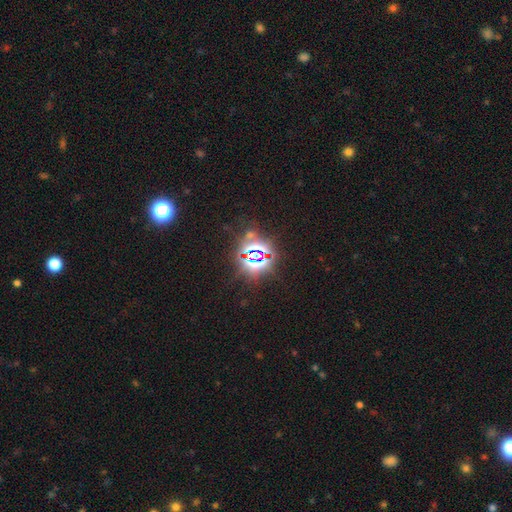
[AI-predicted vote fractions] star or artifact 81%, smooth 11%, featured or disk 8%.